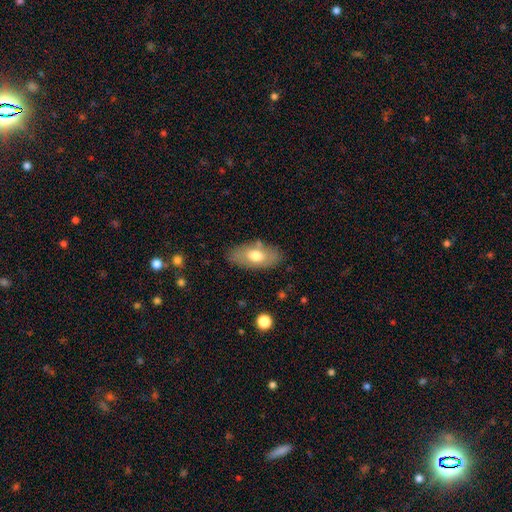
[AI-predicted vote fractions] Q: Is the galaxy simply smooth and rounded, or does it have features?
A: smooth — 67%.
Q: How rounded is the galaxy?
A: in between — 90%.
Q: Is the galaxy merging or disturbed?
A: none — 78%.